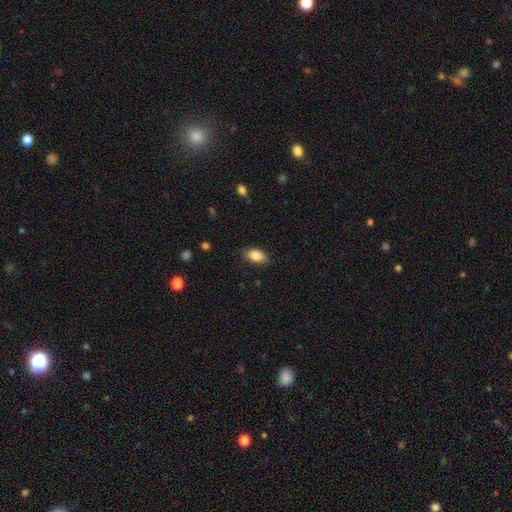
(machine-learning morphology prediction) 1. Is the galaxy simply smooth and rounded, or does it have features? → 84% smooth, 9% featured or disk, 8% star or artifact.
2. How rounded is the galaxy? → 90% in between, 6% round, 4% cigar-shaped.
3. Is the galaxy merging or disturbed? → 85% none, 12% minor disturbance, 2% major disturbance, 1% merger.